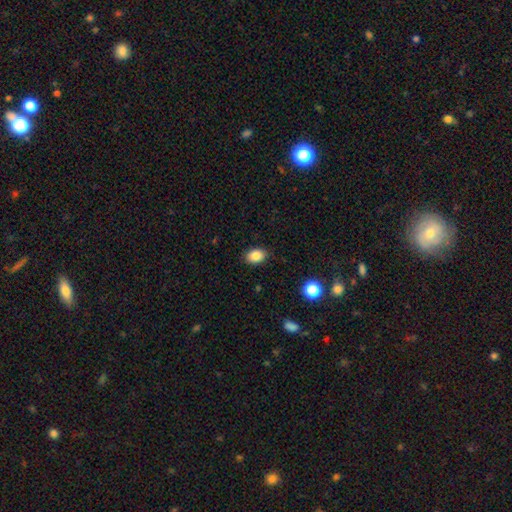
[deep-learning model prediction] Smooth or featured?
  - smooth: 85% *
  - star or artifact: 9%
  - featured or disk: 5%
How rounded?
  - in between: 79% *
  - round: 20%
  - cigar-shaped: 1%
Merging?
  - none: 87% *
  - minor disturbance: 10%
  - major disturbance: 2%
  - merger: 1%